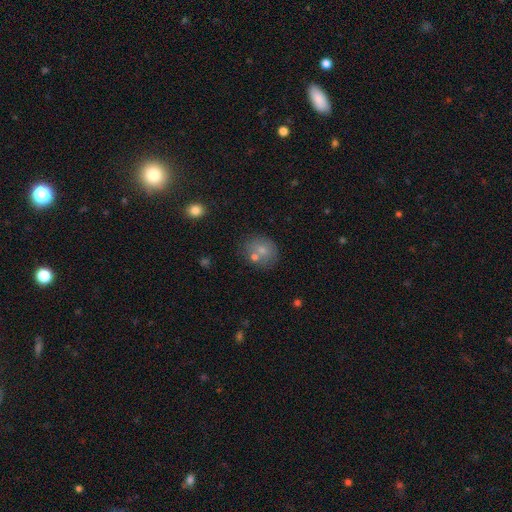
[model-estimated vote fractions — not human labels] This is likely a smooth galaxy (61%). How rounded: likely round (71%). Merging: likely none (63%).